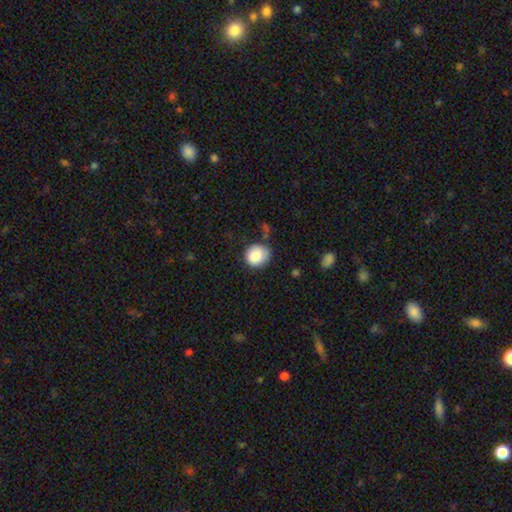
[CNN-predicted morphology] smooth-or-featured: smooth: 85% | star or artifact: 8% | featured or disk: 7%
  how-rounded: round: 79% | in between: 20% | cigar-shaped: 1%
  merging: none: 67% | minor disturbance: 24% | major disturbance: 6% | merger: 4%